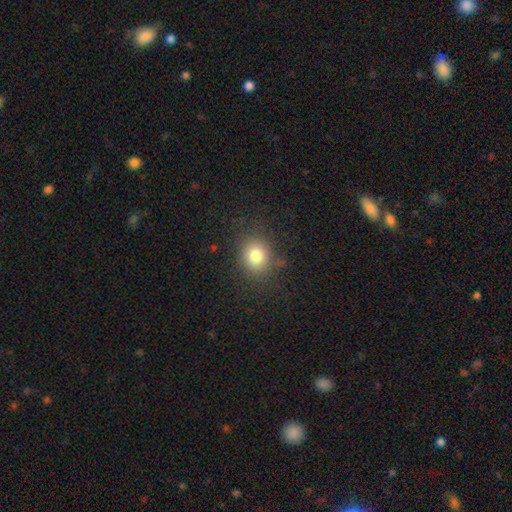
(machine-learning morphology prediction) The model was most divided on "how rounded": round: 72%, in between: 27%, cigar-shaped: 1%. More confident: merging — none (82%); smooth or featured — smooth (79%).